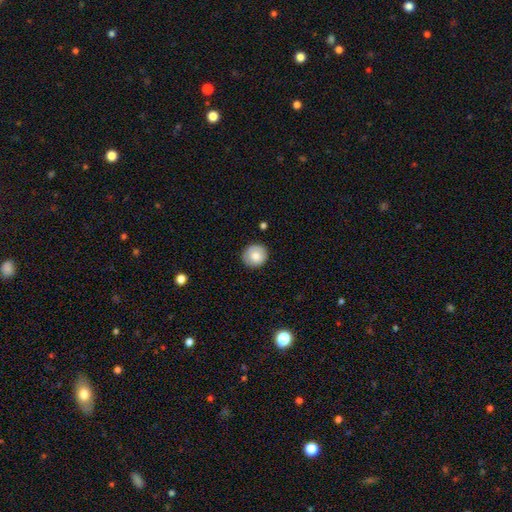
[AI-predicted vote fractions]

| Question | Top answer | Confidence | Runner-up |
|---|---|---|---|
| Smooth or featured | smooth | 82% | featured or disk (10%) |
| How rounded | round | 91% | in between (8%) |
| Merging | none | 87% | minor disturbance (9%) |